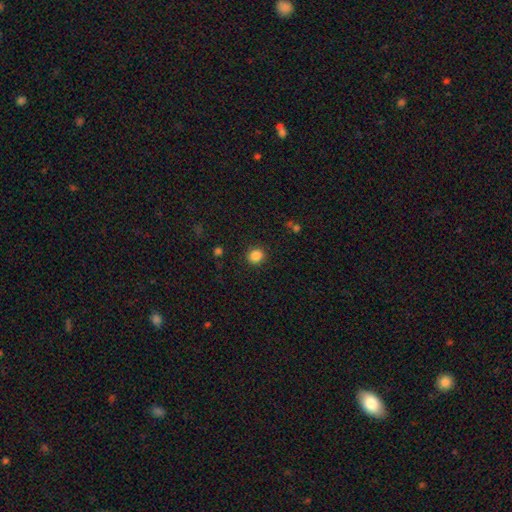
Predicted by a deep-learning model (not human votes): This is clearly a smooth galaxy (86%). How rounded: clearly round (87%). Merging: clearly none (91%).